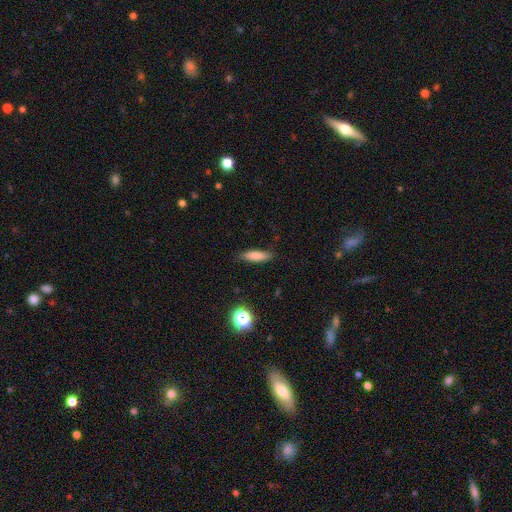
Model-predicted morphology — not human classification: Smooth or featured: smooth — 79% (featured or disk — 12%)
How rounded: cigar-shaped — 61% (in between — 36%)
Merging: none — 83% (minor disturbance — 13%)